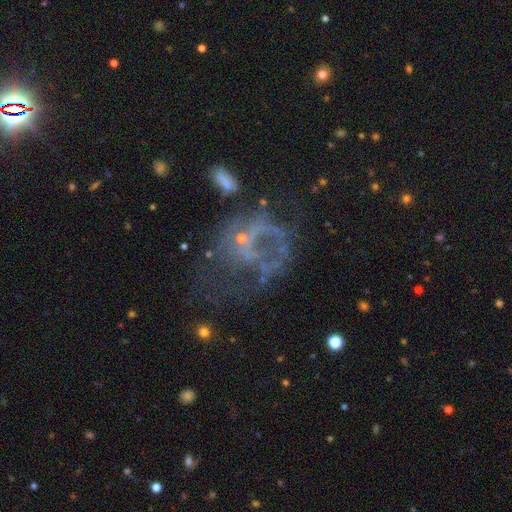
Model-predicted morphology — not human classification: Smooth or featured? featured or disk (56%)
Edge-on disk? no (97%)
Bar? no (83%)
Spiral arms? no (65%)
Bulge size? small (49%)
Merging? major disturbance (44%)